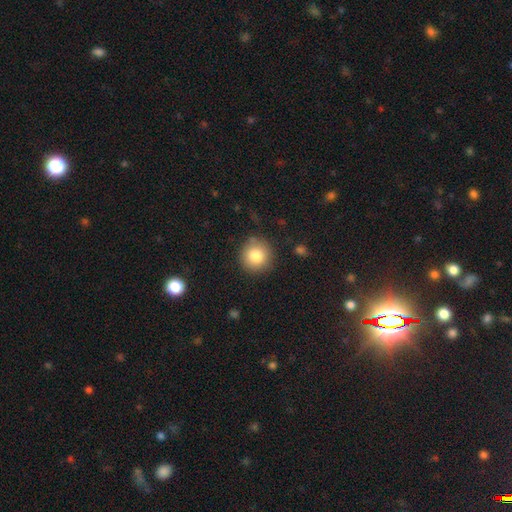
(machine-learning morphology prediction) Smooth or featured: smooth — 82% (star or artifact — 10%)
How rounded: round — 94% (in between — 5%)
Merging: none — 86% (minor disturbance — 9%)